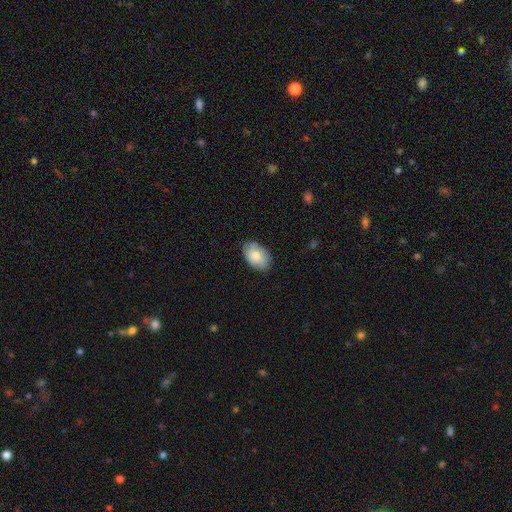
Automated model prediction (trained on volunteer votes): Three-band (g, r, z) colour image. It shows a smooth galaxy with no disk features (76%) that is in between round and cigar-shaped (89%). Merging: none (76%).